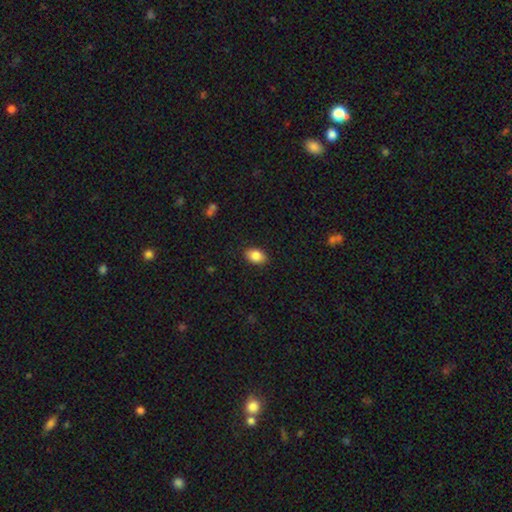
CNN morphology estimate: type=smooth (86%); roundness=in between (82%); merging=none (88%).